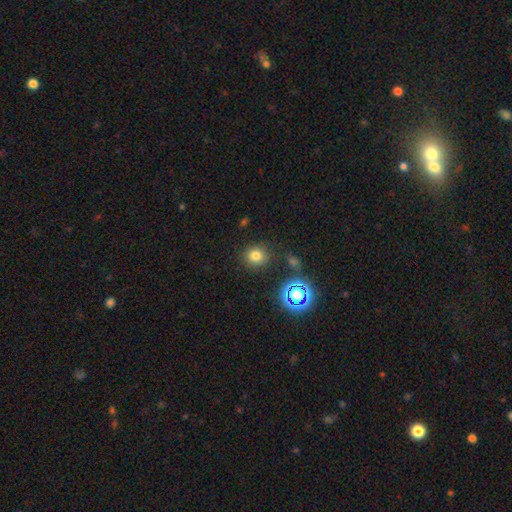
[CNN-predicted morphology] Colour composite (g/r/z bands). It shows a smooth galaxy with no disk features (73%) that is round (83%). Merging: none (84%).